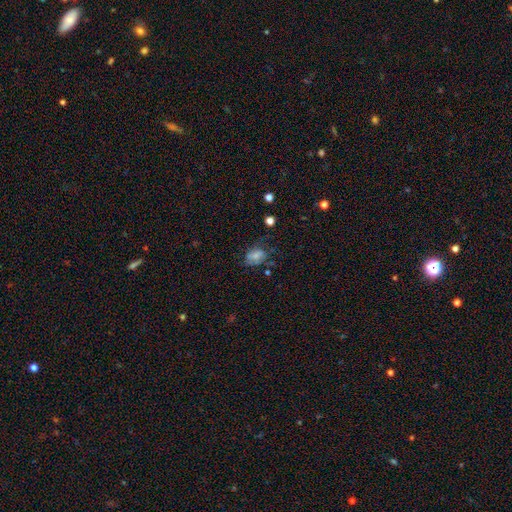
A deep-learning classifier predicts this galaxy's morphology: This is likely a smooth galaxy (61%). How rounded: likely in between (77%). Merging: possibly none (45%).